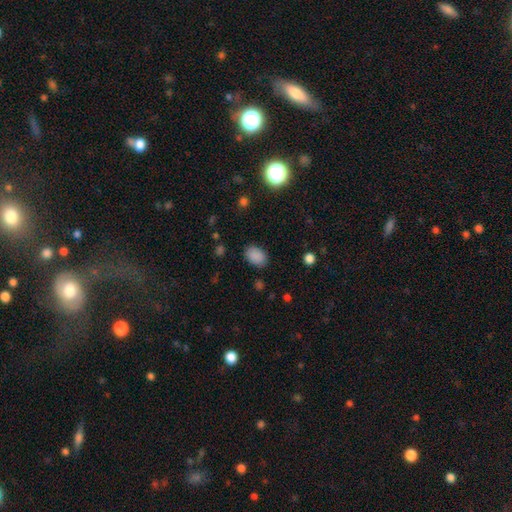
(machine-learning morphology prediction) smooth-or-featured: smooth: 87% | star or artifact: 9% | featured or disk: 4%
  how-rounded: in between: 81% | round: 18% | cigar-shaped: 1%
  merging: none: 84% | minor disturbance: 11% | major disturbance: 3% | merger: 1%